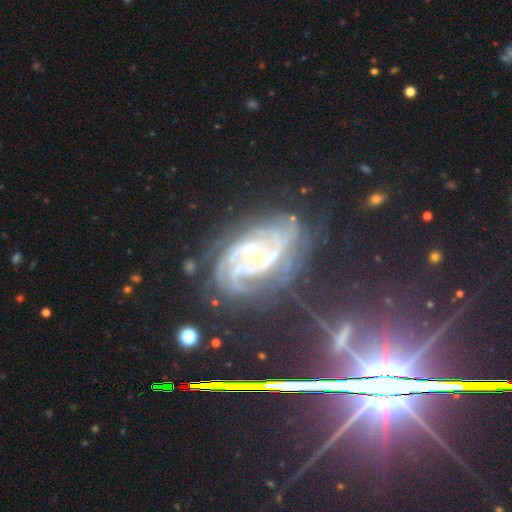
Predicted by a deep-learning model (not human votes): Smooth or featured? featured or disk (83%)
Edge-on disk? no (96%)
Bar? no (46%)
Spiral arms? yes (97%)
Spiral winding? tight (53%)
Spiral arm count? 3 (24%)
Bulge size? small (73%)
Merging? none (61%)